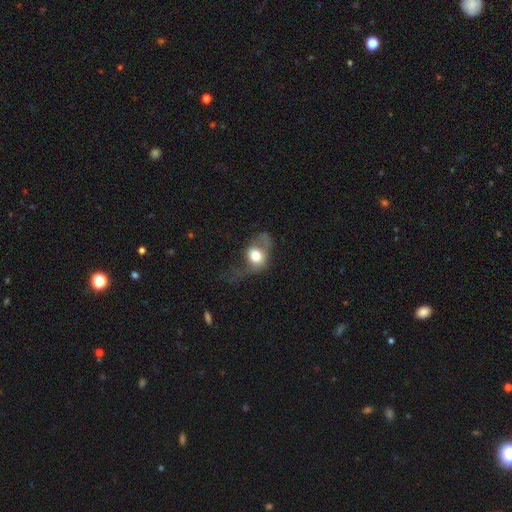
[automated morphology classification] type=smooth (63%); roundness=round (53%); merging=major disturbance (55%).